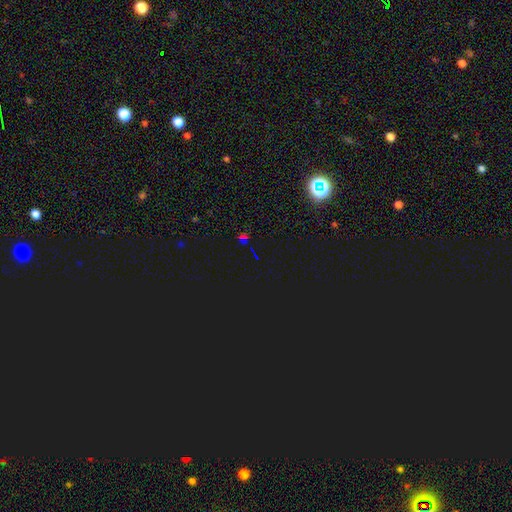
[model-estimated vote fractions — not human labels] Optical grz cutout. It shows a star or artifact, not a galaxy (79%).